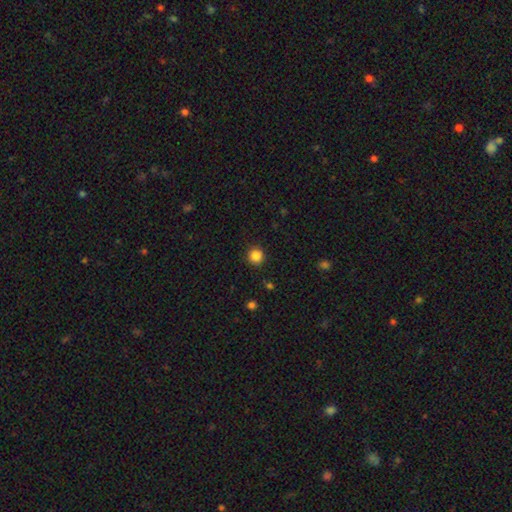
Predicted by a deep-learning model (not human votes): This appears to be a smooth galaxy with no disk features (85%) that is round (94%). Merging: none (91%).